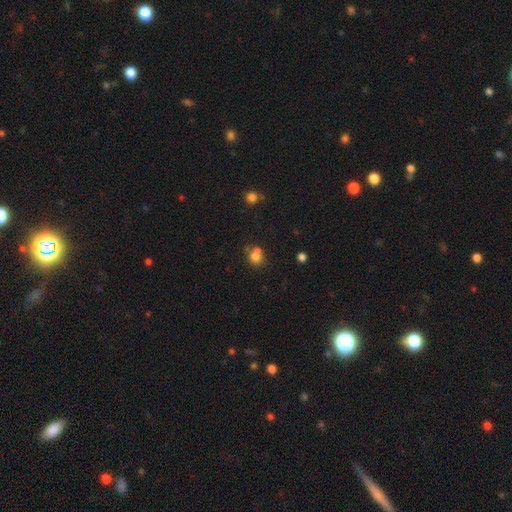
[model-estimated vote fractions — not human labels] This appears to be a smooth galaxy with no disk features (76%) that is round (67%). Merging: none (45%).